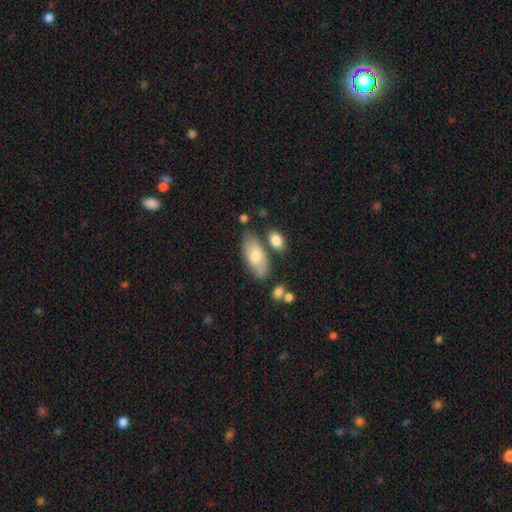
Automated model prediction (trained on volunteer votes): Smooth or featured? Predicted: smooth (p=0.70). How rounded? Predicted: in between (p=0.88). Merging? Predicted: none (p=0.69).